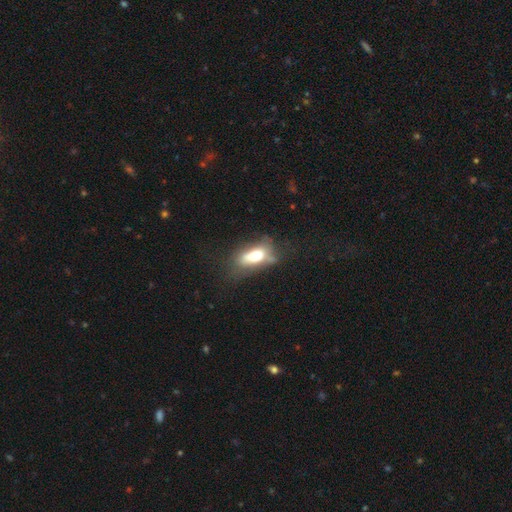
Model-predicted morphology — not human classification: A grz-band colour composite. It shows a smooth galaxy with no disk features (65%) that is in between round and cigar-shaped (82%). Merging: none (40%).